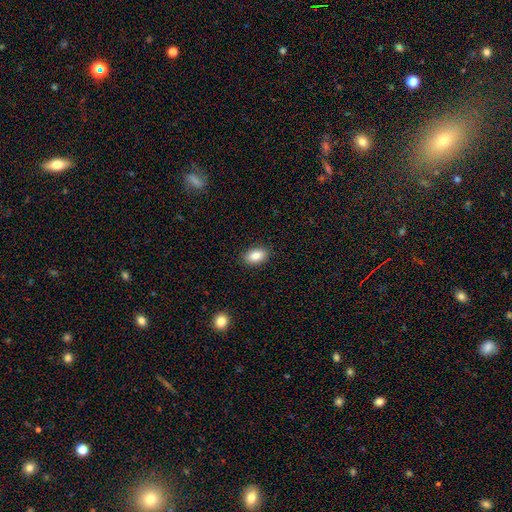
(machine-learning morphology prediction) A smooth galaxy with no disk features (86%) that is in between round and cigar-shaped (89%).

Vote fractions:
- Smooth or featured? smooth: 86% / star or artifact: 8% / featured or disk: 6%
- How rounded? in between: 89% / round: 10% / cigar-shaped: 2%
- Merging? none: 89% / minor disturbance: 8% / major disturbance: 2% / merger: 1%